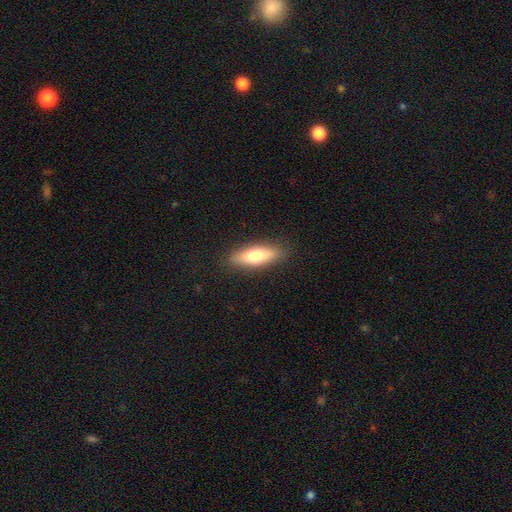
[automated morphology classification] This is likely a smooth galaxy (71%). How rounded: possibly in between (49%). Merging: clearly none (87%).